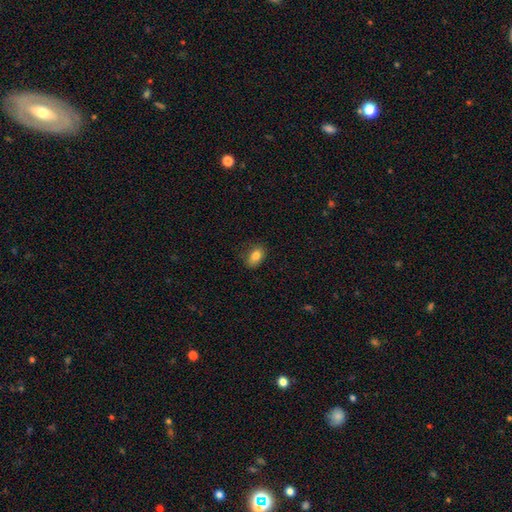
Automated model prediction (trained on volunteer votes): Q: Smooth or featured?
A: smooth (83%); runner-up: star or artifact (9%)
Q: How rounded?
A: in between (82%); runner-up: round (16%)
Q: Merging?
A: none (78%); runner-up: minor disturbance (17%)